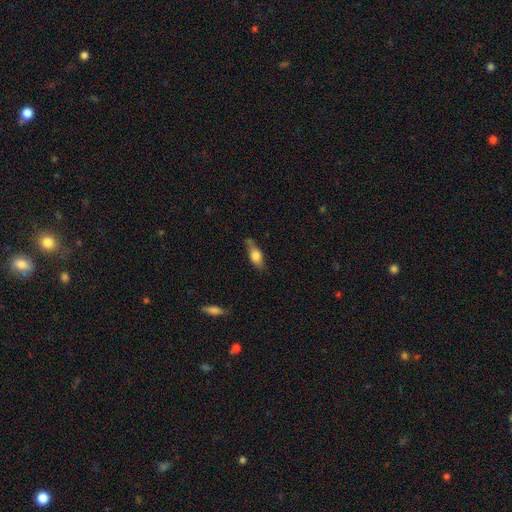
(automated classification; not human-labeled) Smooth or featured?
  - smooth: 61% *
  - featured or disk: 32%
  - star or artifact: 8%
How rounded?
  - in between: 68% *
  - cigar-shaped: 27%
  - round: 5%
Merging?
  - none: 60% *
  - minor disturbance: 28%
  - major disturbance: 8%
  - merger: 5%